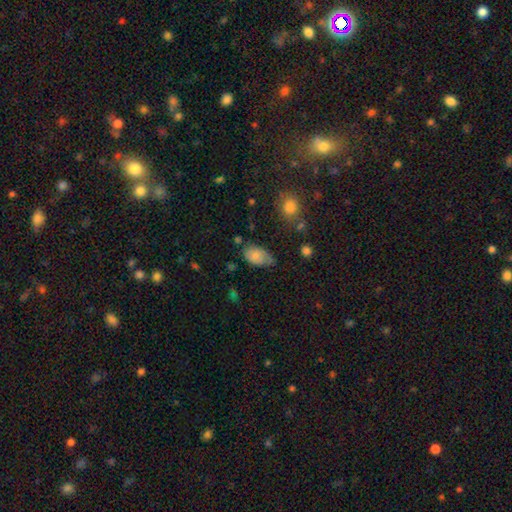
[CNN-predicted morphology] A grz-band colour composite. It shows a smooth galaxy with no disk features (78%) that is in between round and cigar-shaped (89%). Merging: none (45%).